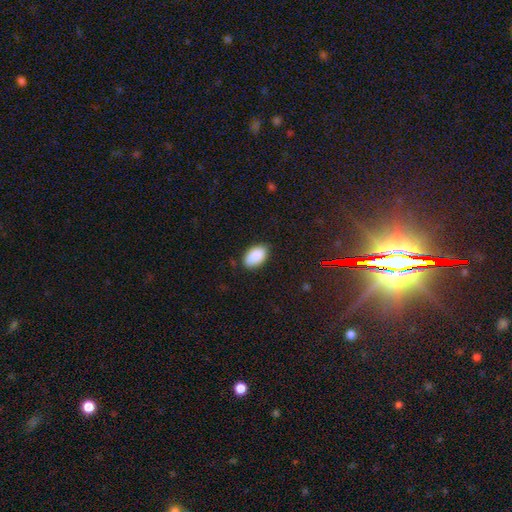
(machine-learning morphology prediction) Smooth or featured? Predicted: smooth (p=0.88). How rounded? Predicted: in between (p=0.94). Merging? Predicted: none (p=0.82).